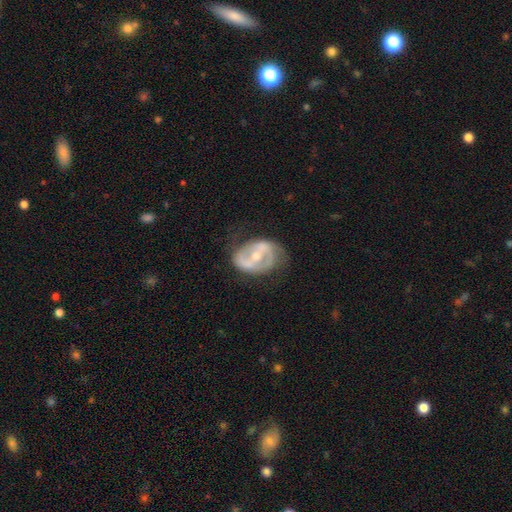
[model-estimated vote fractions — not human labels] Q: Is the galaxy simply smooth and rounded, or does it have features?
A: featured or disk — 80%.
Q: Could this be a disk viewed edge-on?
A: no — 96%.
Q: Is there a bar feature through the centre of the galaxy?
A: weak — 36%, tied with strong.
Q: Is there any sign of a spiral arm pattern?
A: yes — 75%.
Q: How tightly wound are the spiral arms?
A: medium — 44%.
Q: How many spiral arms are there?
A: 2 — 77%.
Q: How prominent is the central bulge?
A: moderate — 58%.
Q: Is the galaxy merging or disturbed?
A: none — 60%.